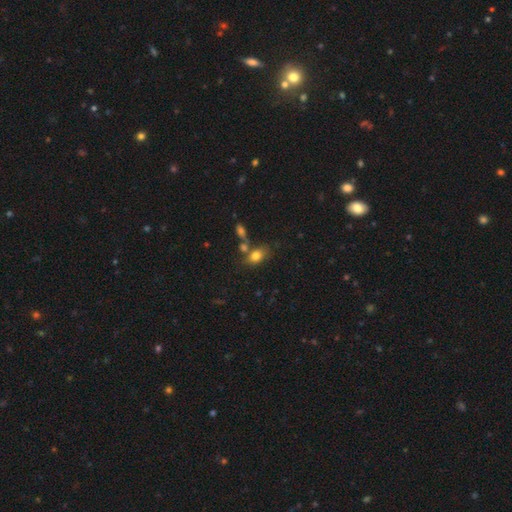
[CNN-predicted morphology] Q: Smooth or featured?
A: smooth (80%); runner-up: featured or disk (10%)
Q: How rounded?
A: in between (80%); runner-up: round (17%)
Q: Merging?
A: none (55%); runner-up: merger (24%)